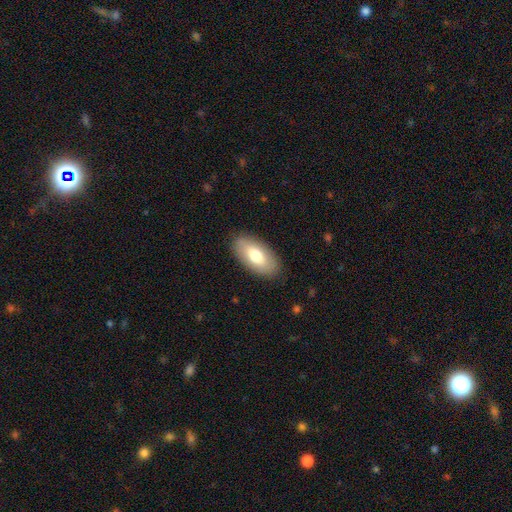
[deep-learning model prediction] This is likely a smooth galaxy (73%). How rounded: clearly in between (94%). Merging: clearly none (87%).